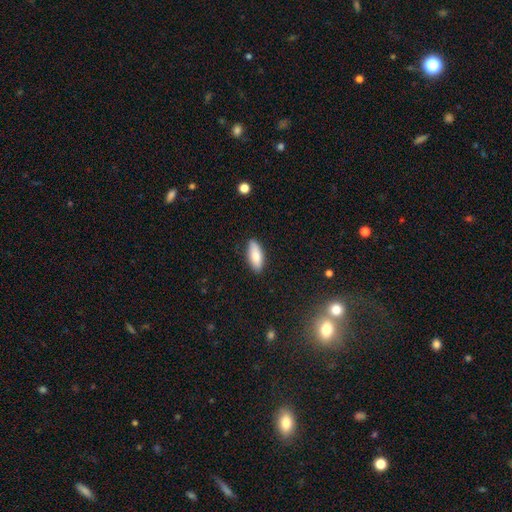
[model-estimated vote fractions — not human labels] This appears to be a smooth galaxy with no disk features (83%) that is in between round and cigar-shaped (77%). Merging: none (87%).